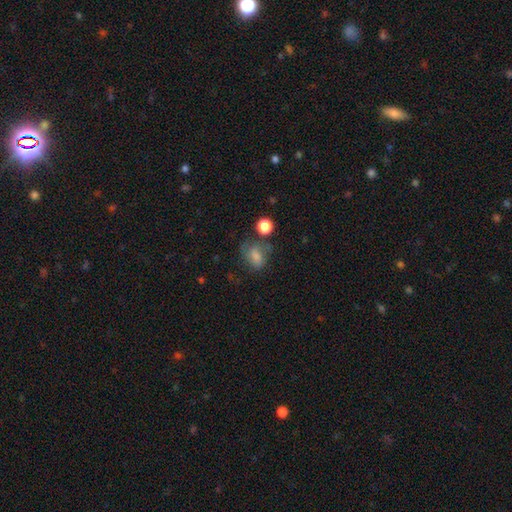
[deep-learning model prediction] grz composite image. It shows a smooth galaxy with no disk features (72%) that is in between round and cigar-shaped (64%). Merging: none (46%).